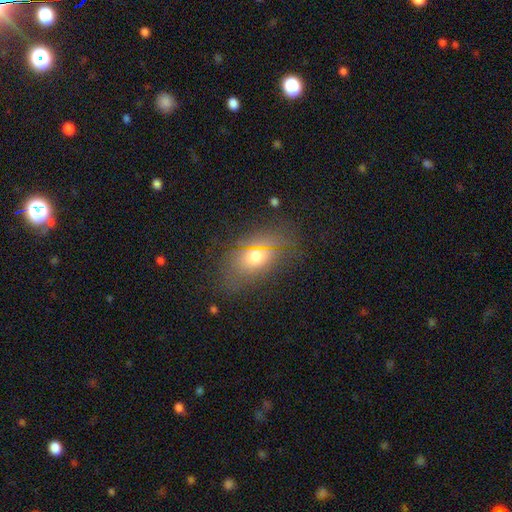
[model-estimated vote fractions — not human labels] Smooth or featured?
  - smooth: 61% *
  - featured or disk: 21%
  - star or artifact: 19%
How rounded?
  - in between: 75% *
  - round: 19%
  - cigar-shaped: 5%
Merging?
  - none: 74% *
  - minor disturbance: 16%
  - major disturbance: 8%
  - merger: 2%